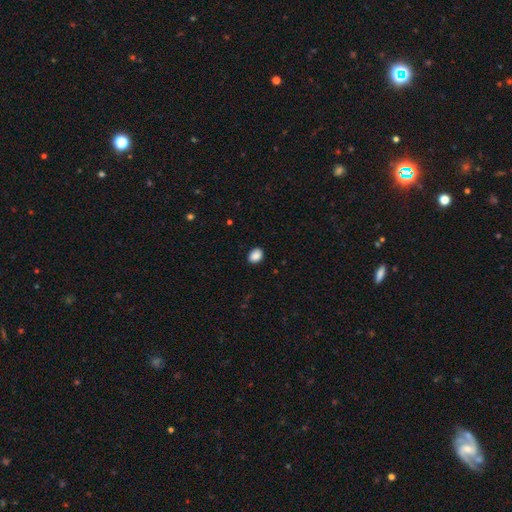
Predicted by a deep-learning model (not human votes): Q: Smooth or featured?
A: smooth (89%); runner-up: star or artifact (8%)
Q: How rounded?
A: in between (66%); runner-up: round (33%)
Q: Merging?
A: none (88%); runner-up: minor disturbance (9%)